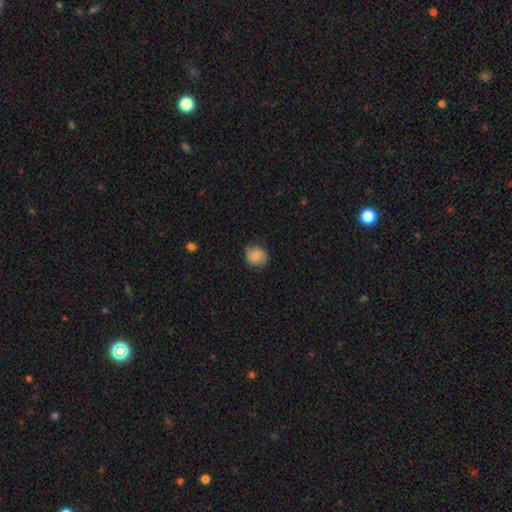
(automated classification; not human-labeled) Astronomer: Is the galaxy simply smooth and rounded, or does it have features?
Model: smooth — 61%.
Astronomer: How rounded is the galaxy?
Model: round — 74%.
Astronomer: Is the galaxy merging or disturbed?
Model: none — 80%.